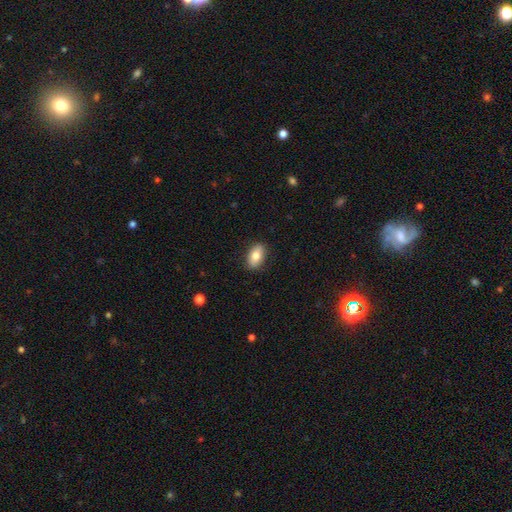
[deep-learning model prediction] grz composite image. It shows a smooth galaxy with no disk features (79%) that is in between round and cigar-shaped (89%). Merging: none (87%).